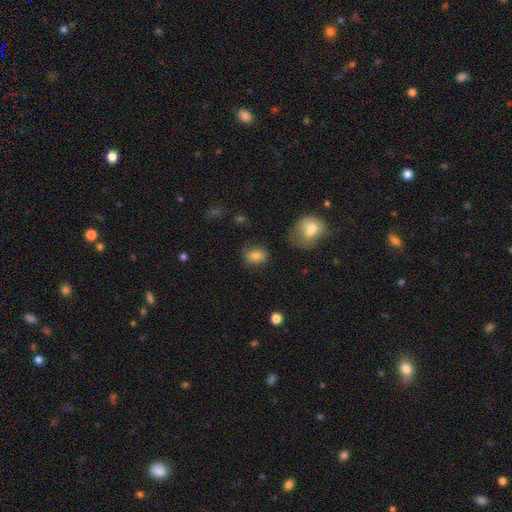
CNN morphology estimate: Smooth or featured? Predicted: smooth (p=0.79). How rounded? Predicted: in between (p=0.58). Merging? Predicted: none (p=0.76).